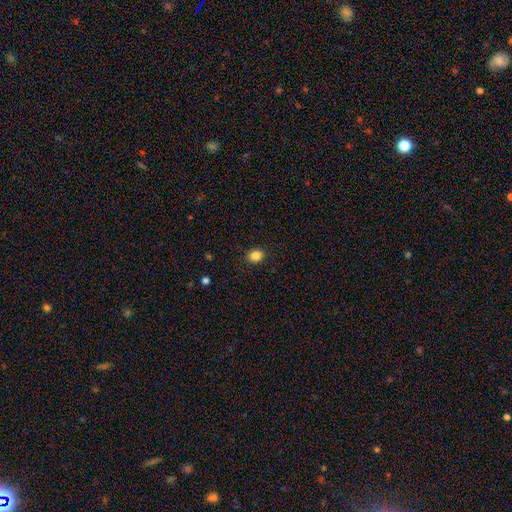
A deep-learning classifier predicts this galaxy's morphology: smooth_or_featured: smooth (p=0.85) [alt: star or artifact p=0.11]
how_rounded: round (p=0.62) [alt: in between p=0.37]
merging: none (p=0.90) [alt: minor disturbance p=0.07]